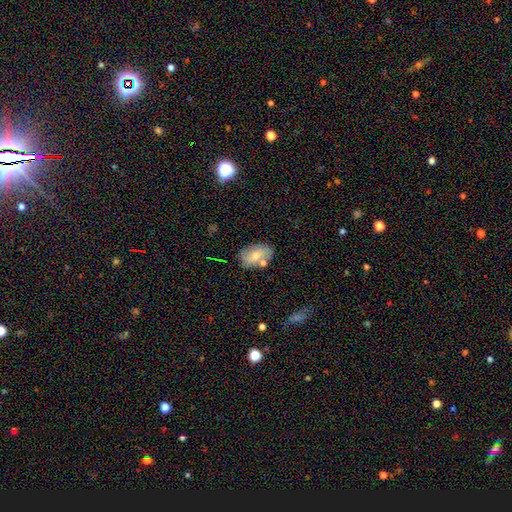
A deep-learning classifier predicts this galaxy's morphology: A smooth galaxy with no disk features (67%) that is in between round and cigar-shaped (89%).

Vote fractions:
- Smooth or featured? smooth: 67% / featured or disk: 25% / star or artifact: 8%
- How rounded? in between: 89% / round: 9% / cigar-shaped: 2%
- Merging? none: 68% / minor disturbance: 17% / merger: 11% / major disturbance: 4%